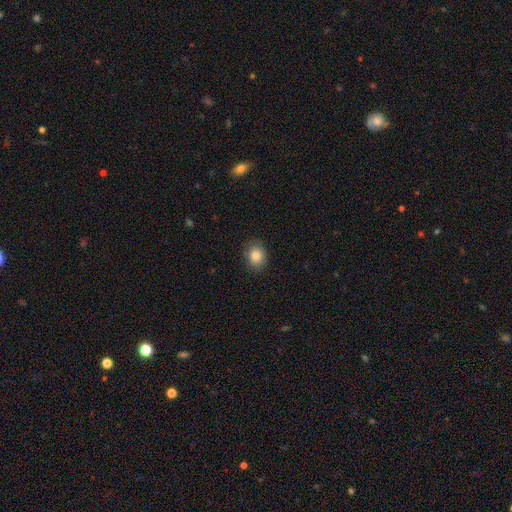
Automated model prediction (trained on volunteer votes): This is clearly a smooth galaxy (83%). How rounded: possibly round (52%). Merging: clearly none (81%).